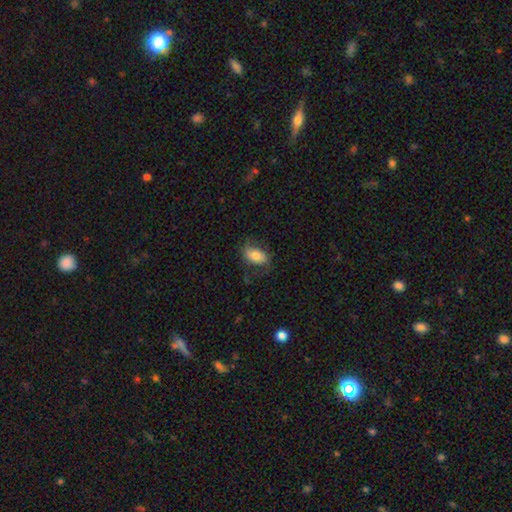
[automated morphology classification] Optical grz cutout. It shows a smooth galaxy with no disk features (72%) that is in between round and cigar-shaped (89%). Merging: none (64%).